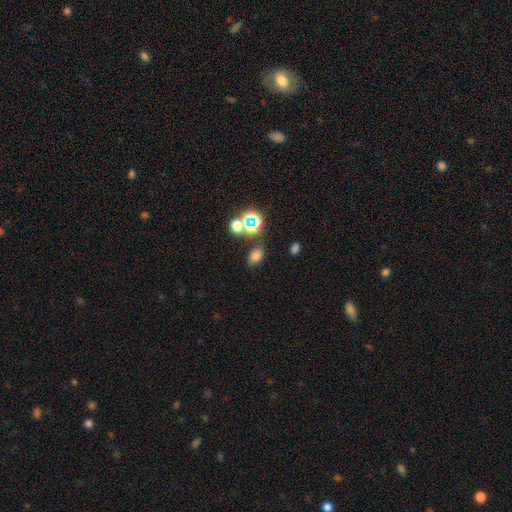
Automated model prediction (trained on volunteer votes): smooth-or-featured: smooth: 68% | star or artifact: 23% | featured or disk: 9%
  how-rounded: in between: 78% | round: 20% | cigar-shaped: 2%
  merging: none: 72% | minor disturbance: 14% | merger: 9% | major disturbance: 5%